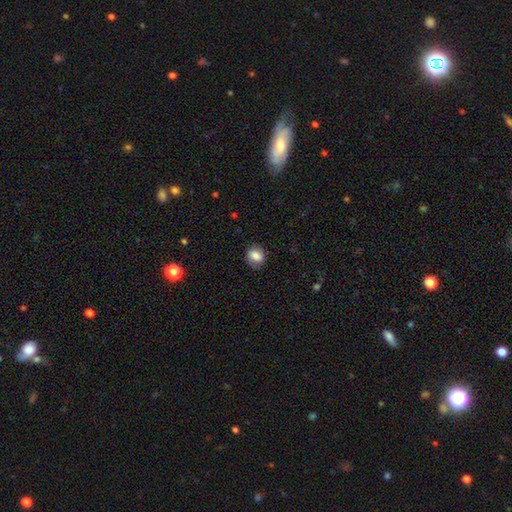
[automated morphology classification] Q: Smooth or featured?
A: smooth (78%); runner-up: featured or disk (13%)
Q: How rounded?
A: in between (51%); runner-up: round (48%)
Q: Merging?
A: none (76%); runner-up: minor disturbance (17%)